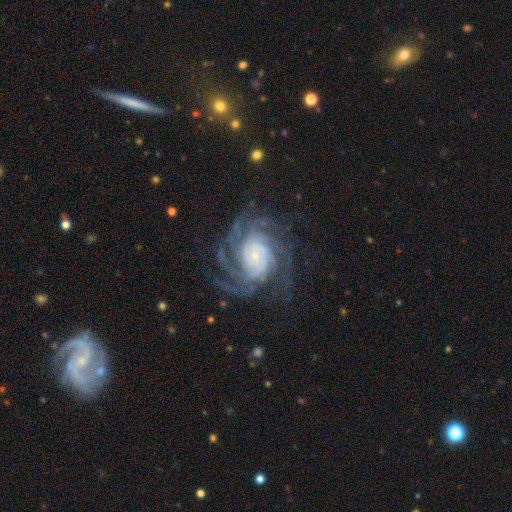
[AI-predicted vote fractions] smooth-or-featured: featured or disk: 88% | star or artifact: 7% | smooth: 5%
  disk-edge-on: no: 98% | yes: 2%
    bar: no: 70% | weak: 22% | strong: 8%
    has-spiral-arms: yes: 98% | no: 2%
      spiral-winding: tight: 61% | medium: 32% | loose: 7%
      spiral-arm-count: 4: 27% | 3: 20% | can't tell: 18% | more than 4: 17% | 2: 12% | 1: 8%
    bulge-size: small: 67% | moderate: 15% | large: 9% | none: 6% | dominant: 2%
  merging: none: 71% | minor disturbance: 15% | major disturbance: 12% | merger: 1%